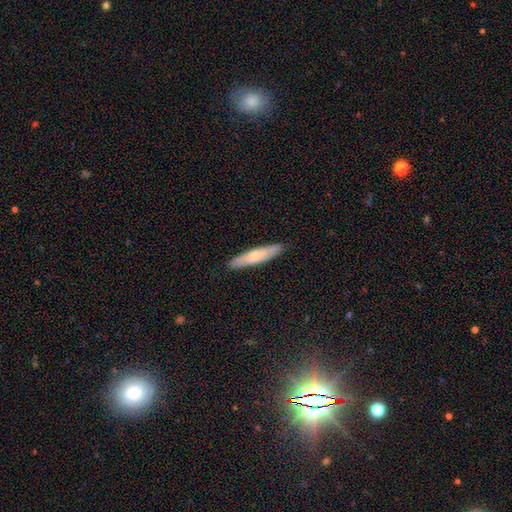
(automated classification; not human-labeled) Smooth or featured: smooth — 60% (featured or disk — 34%)
How rounded: cigar-shaped — 85% (in between — 13%)
Merging: none — 88% (minor disturbance — 9%)